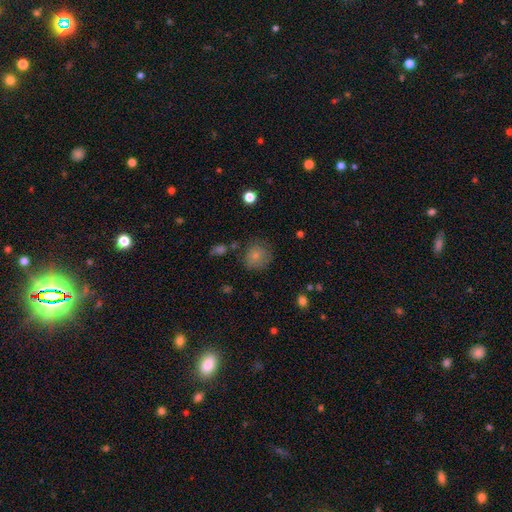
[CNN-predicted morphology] type=smooth (78%); roundness=round (84%); merging=none (71%).